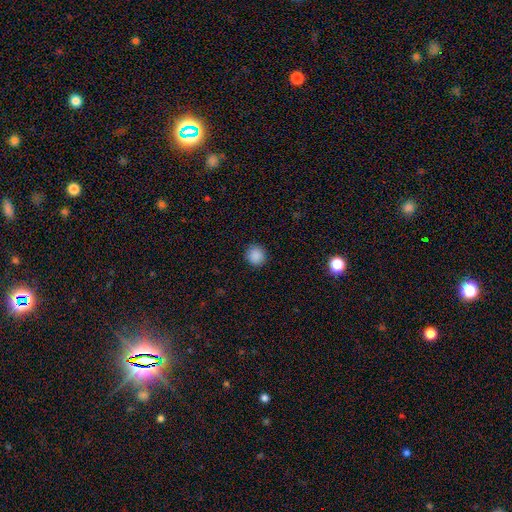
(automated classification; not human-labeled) This is clearly a smooth galaxy (88%). How rounded: clearly round (90%). Merging: clearly none (90%).